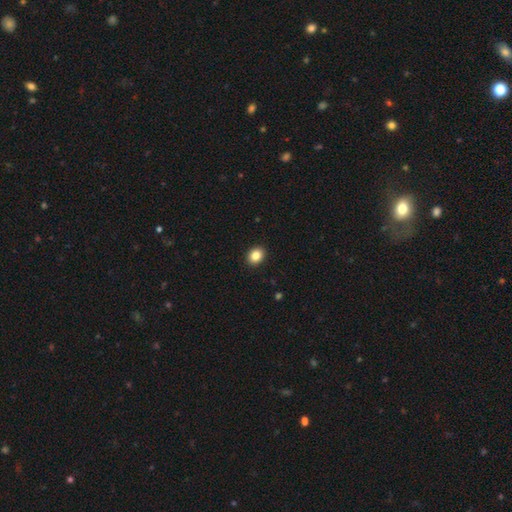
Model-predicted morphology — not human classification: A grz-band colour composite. It shows a smooth galaxy with no disk features (85%) that is round (55%). Merging: none (92%).